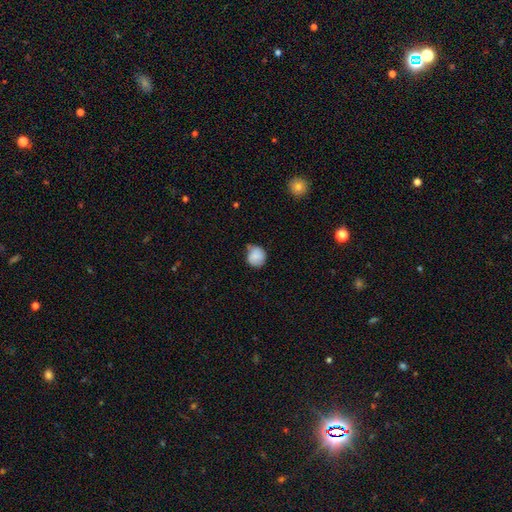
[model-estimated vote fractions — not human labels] Smooth or featured?
  - smooth: 81% *
  - featured or disk: 11%
  - star or artifact: 8%
How rounded?
  - round: 83% *
  - in between: 16%
  - cigar-shaped: 1%
Merging?
  - none: 55% *
  - minor disturbance: 34%
  - major disturbance: 6%
  - merger: 4%